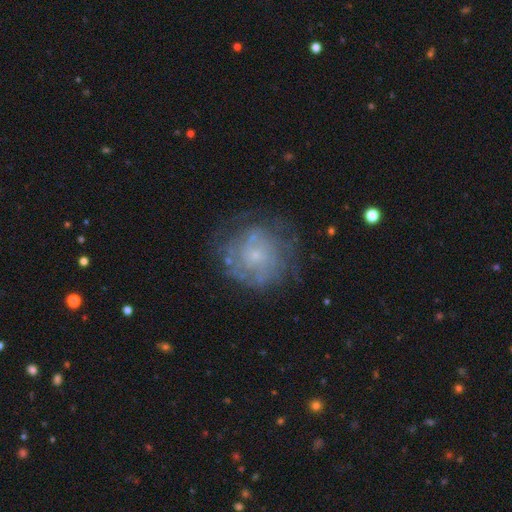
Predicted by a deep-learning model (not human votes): Q: Smooth or featured?
A: featured or disk (65%); runner-up: smooth (25%)
Q: Edge-on disk?
A: no (98%); runner-up: yes (2%)
Q: Bar?
A: no (81%); runner-up: weak (16%)
Q: Spiral arms?
A: yes (70%); runner-up: no (30%)
Q: Bulge size?
A: small (81%); runner-up: moderate (10%)
Q: Merging?
A: none (69%); runner-up: minor disturbance (18%)